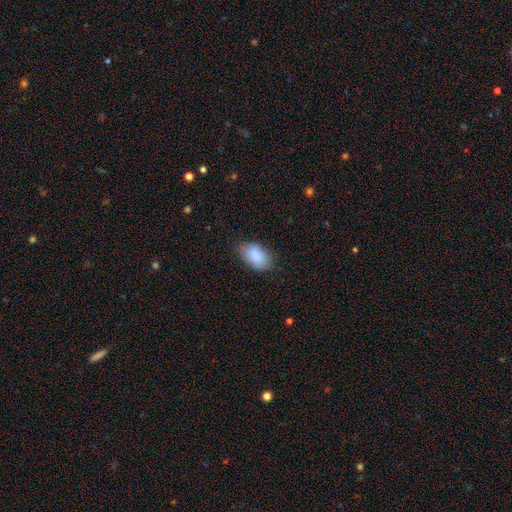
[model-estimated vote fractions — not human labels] smooth_or_featured: smooth (p=0.87) [alt: star or artifact p=0.07]
how_rounded: in between (p=0.92) [alt: round p=0.06]
merging: none (p=0.71) [alt: minor disturbance p=0.23]